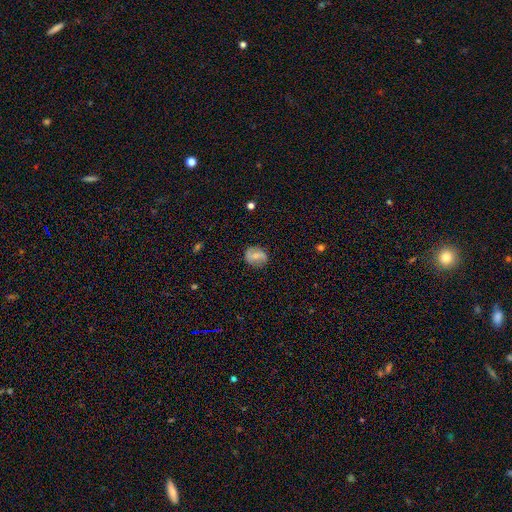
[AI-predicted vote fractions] A featured or disk galaxy (46%).

Vote fractions:
- Smooth or featured? featured or disk: 46% / smooth: 45% / star or artifact: 9%
- Merging? none: 79% / minor disturbance: 15% / major disturbance: 4% / merger: 1%